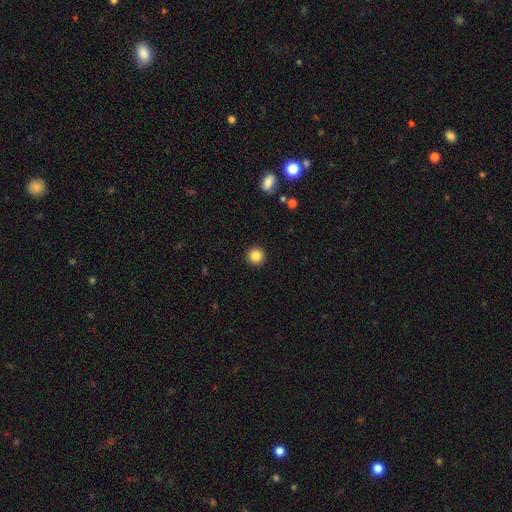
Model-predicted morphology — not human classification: smooth 86%, star or artifact 10%, featured or disk 4%. Down the decision tree: how rounded — round (96%); merging — none (93%).